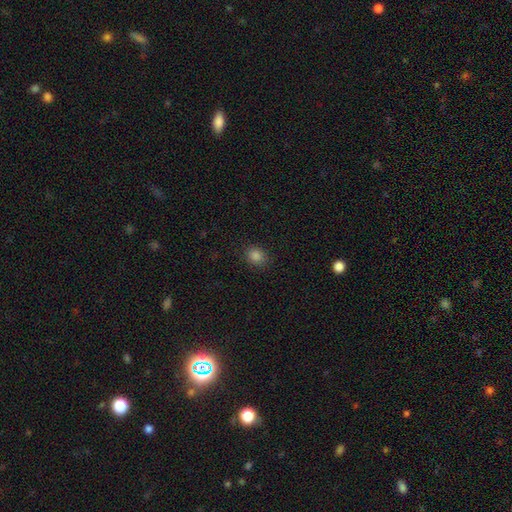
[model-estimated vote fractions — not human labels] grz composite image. It shows a smooth galaxy with no disk features (84%) that is round (62%). Merging: none (87%).